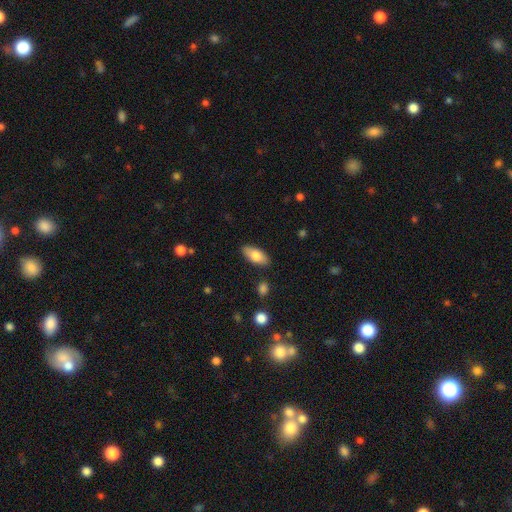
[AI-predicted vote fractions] smooth 76%, featured or disk 17%, star or artifact 6%. Down the decision tree: how rounded — in between (88%); merging — none (86%).